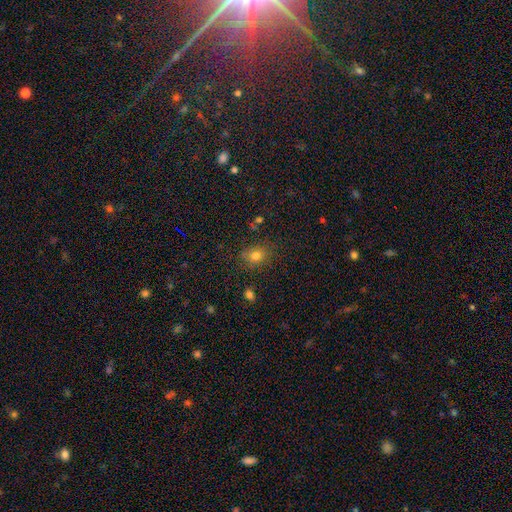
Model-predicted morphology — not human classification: The model was most divided on "how rounded": round: 56%, in between: 43%, cigar-shaped: 1%. More confident: merging — none (78%); smooth or featured — smooth (76%).